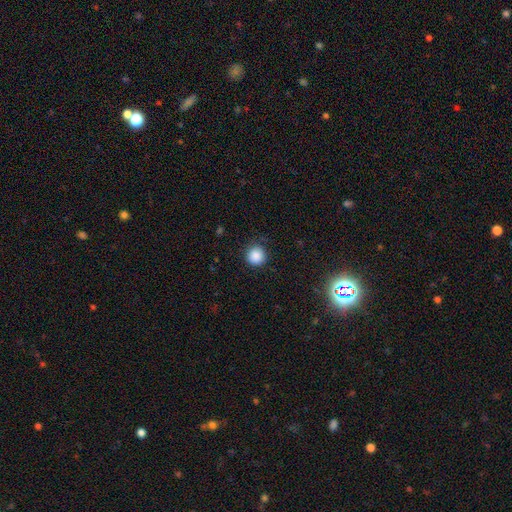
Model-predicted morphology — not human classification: A smooth galaxy with no disk features (87%) that is round (95%).

Vote fractions:
- Smooth or featured? smooth: 87% / star or artifact: 10% / featured or disk: 3%
- How rounded? round: 95% / in between: 4% / cigar-shaped: 1%
- Merging? none: 87% / minor disturbance: 9% / major disturbance: 3% / merger: 1%